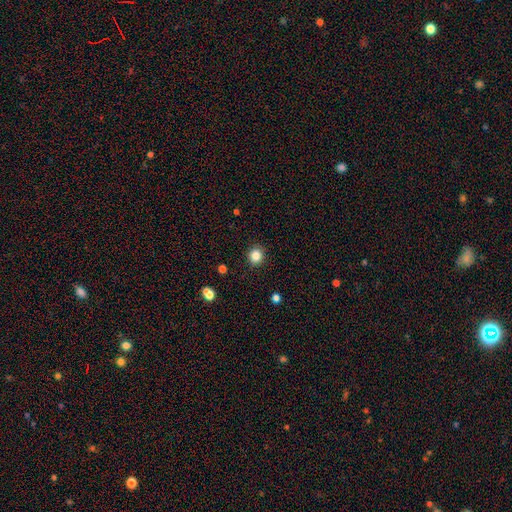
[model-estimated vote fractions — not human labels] smooth 85%, star or artifact 11%, featured or disk 4%. Down the decision tree: how rounded — round (88%); merging — none (91%).